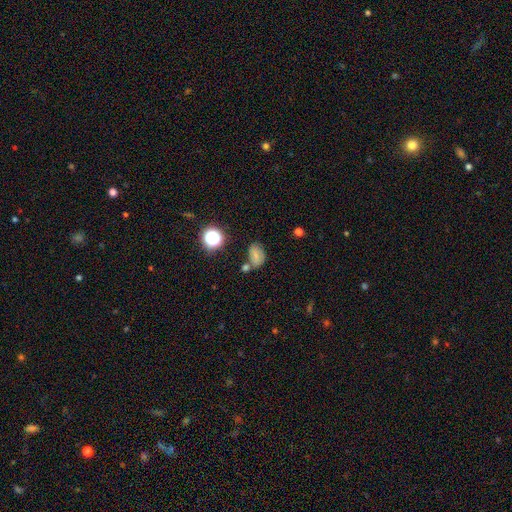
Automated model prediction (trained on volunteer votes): The model was most divided on "merging": none: 55%, minor disturbance: 19%, merger: 19%, major disturbance: 7%. More confident: how rounded — in between (79%); smooth or featured — smooth (64%).